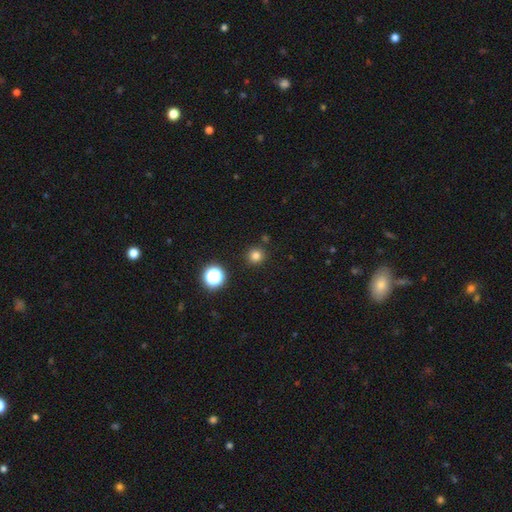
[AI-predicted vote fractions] smooth-or-featured: smooth: 78% | star or artifact: 17% | featured or disk: 5%
  how-rounded: round: 94% | in between: 5% | cigar-shaped: 1%
  merging: none: 89% | minor disturbance: 6% | merger: 3% | major disturbance: 2%